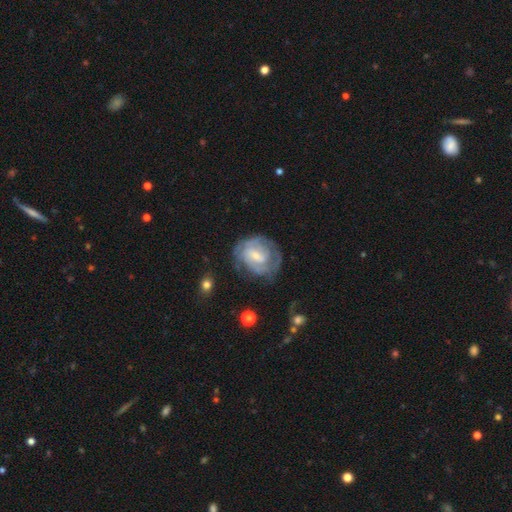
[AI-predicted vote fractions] Smooth or featured? featured or disk (75%)
Edge-on disk? no (97%)
Bar? weak (49%)
Spiral arms? yes (84%)
Spiral winding? tight (57%)
Spiral arm count? can't tell (45%)
Bulge size? small (65%)
Merging? none (61%)